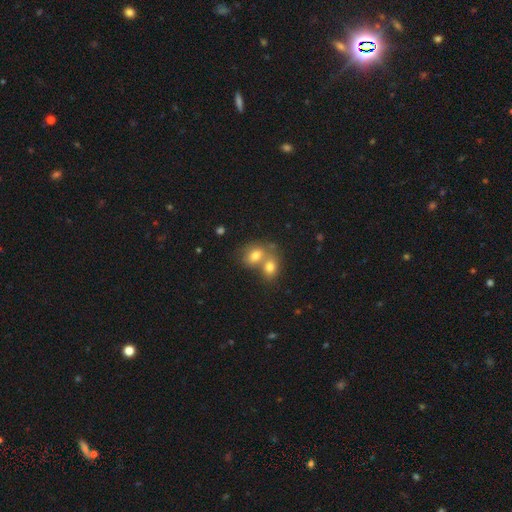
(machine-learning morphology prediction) Smooth or featured?
  - smooth: 74% *
  - featured or disk: 16%
  - star or artifact: 11%
How rounded?
  - in between: 59% *
  - round: 39%
  - cigar-shaped: 1%
Merging?
  - merger: 62% *
  - none: 28%
  - minor disturbance: 7%
  - major disturbance: 3%